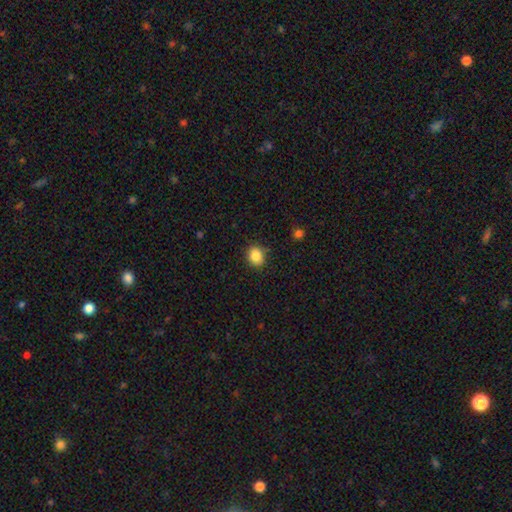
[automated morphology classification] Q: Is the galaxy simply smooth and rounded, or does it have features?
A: smooth — 85%.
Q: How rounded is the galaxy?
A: round — 63%.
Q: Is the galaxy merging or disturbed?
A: none — 82%.